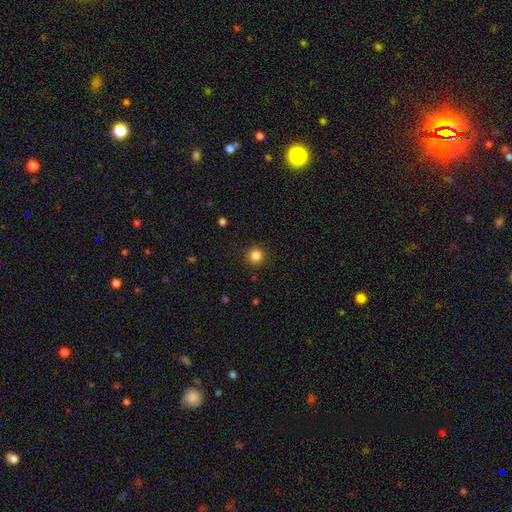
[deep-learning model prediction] Smooth or featured? smooth (84%)
How rounded? round (94%)
Merging? none (91%)